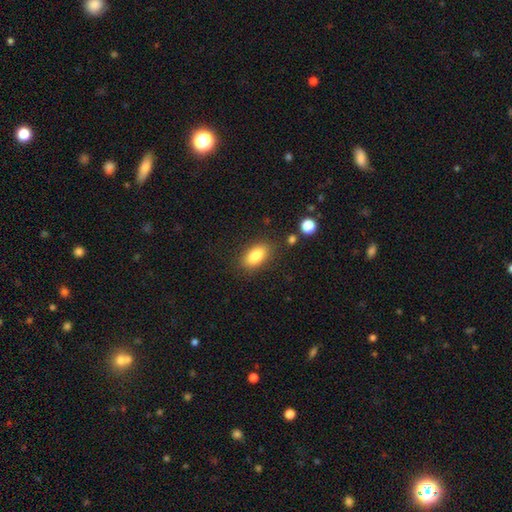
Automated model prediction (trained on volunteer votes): Morphology: type=smooth (83%); roundness=in between (89%); merging=none (83%).